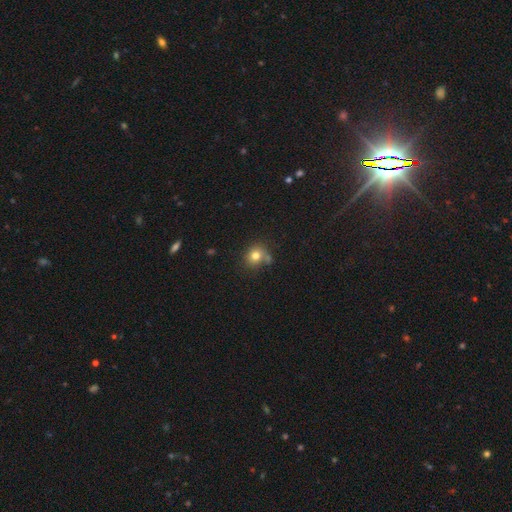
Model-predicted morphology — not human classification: smooth 78%, star or artifact 12%, featured or disk 10%. Down the decision tree: how rounded — round (75%); merging — none (62%).